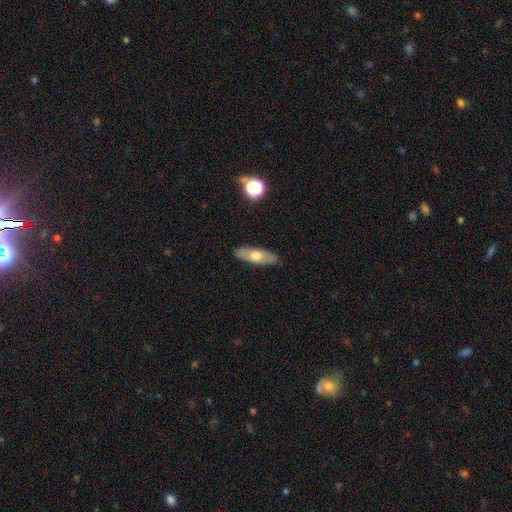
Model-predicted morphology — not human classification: Overall: smooth (58%; featured or disk 36%). How rounded: in between (59%; cigar-shaped 38%). Merging: none (88%).